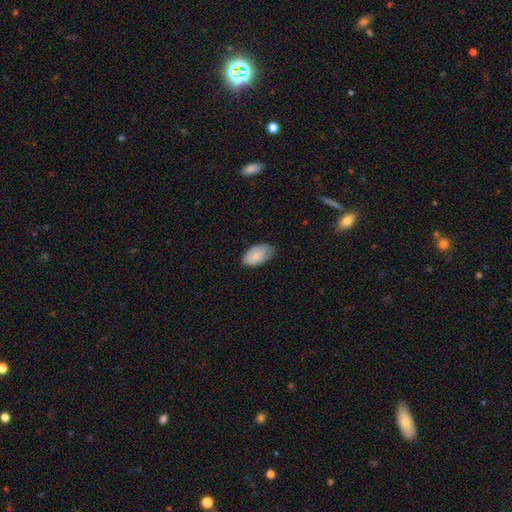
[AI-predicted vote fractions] smooth-or-featured: smooth: 84% | featured or disk: 10% | star or artifact: 6%
  how-rounded: in between: 95% | round: 4% | cigar-shaped: 2%
  merging: none: 59% | minor disturbance: 34% | major disturbance: 6% | merger: 1%